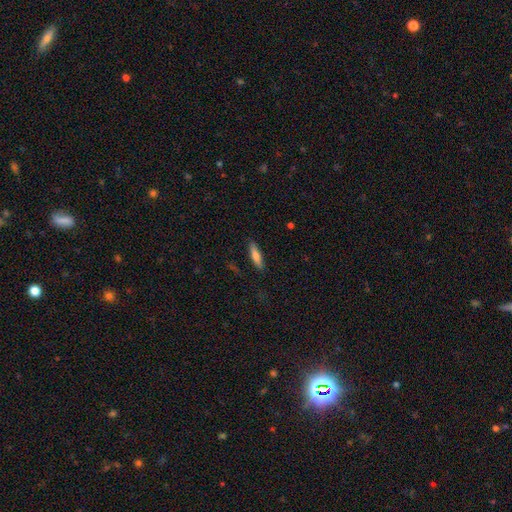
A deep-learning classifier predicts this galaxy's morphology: smooth 73%, featured or disk 21%, star or artifact 6%. Down the decision tree: how rounded — cigar-shaped (72%); merging — none (87%).